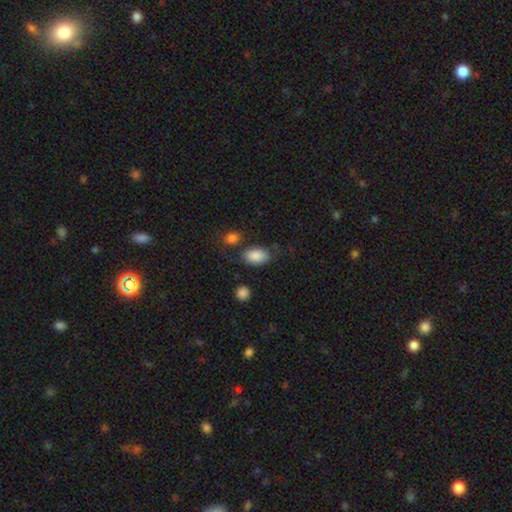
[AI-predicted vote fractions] A smooth galaxy with no disk features (87%) that is in between round and cigar-shaped (91%).

Vote fractions:
- Smooth or featured? smooth: 87% / star or artifact: 7% / featured or disk: 6%
- How rounded? in between: 91% / round: 8% / cigar-shaped: 2%
- Merging? none: 69% / minor disturbance: 17% / merger: 7% / major disturbance: 6%